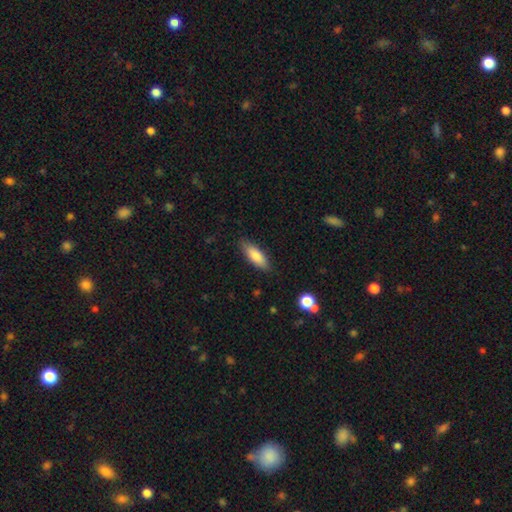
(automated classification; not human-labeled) smooth-or-featured: smooth: 82% | featured or disk: 12% | star or artifact: 6%
  how-rounded: in between: 59% | cigar-shaped: 39% | round: 2%
  merging: none: 83% | minor disturbance: 13% | major disturbance: 3% | merger: 1%